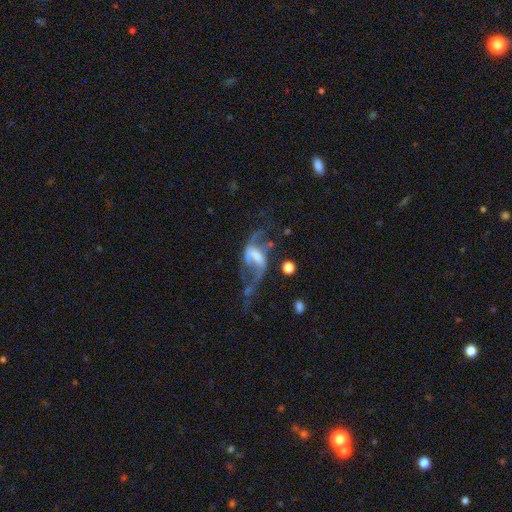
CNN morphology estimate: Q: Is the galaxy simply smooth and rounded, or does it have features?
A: featured or disk — 79%.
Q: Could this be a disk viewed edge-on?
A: no — 94%.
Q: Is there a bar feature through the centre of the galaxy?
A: strong — 44%.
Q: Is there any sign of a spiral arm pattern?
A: yes — 82%.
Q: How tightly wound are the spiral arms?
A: loose — 78%.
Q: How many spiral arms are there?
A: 2 — 82%.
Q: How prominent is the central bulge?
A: moderate — 35%.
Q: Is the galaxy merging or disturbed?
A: major disturbance — 41%.